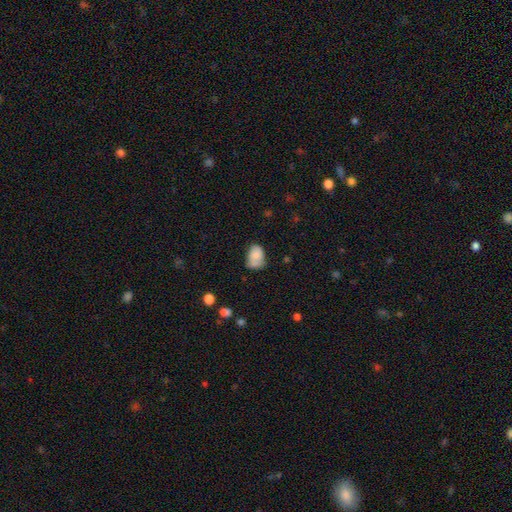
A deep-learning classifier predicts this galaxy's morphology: Smooth or featured?
  - smooth: 77% *
  - featured or disk: 14%
  - star or artifact: 9%
How rounded?
  - in between: 77% *
  - round: 21%
  - cigar-shaped: 1%
Merging?
  - none: 40% *
  - minor disturbance: 34%
  - merger: 13%
  - major disturbance: 12%